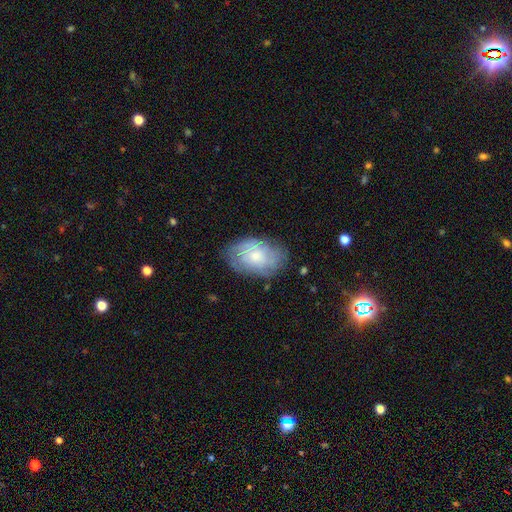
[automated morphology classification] This appears to be a featured or disk galaxy (48%). Merging: none (73%).